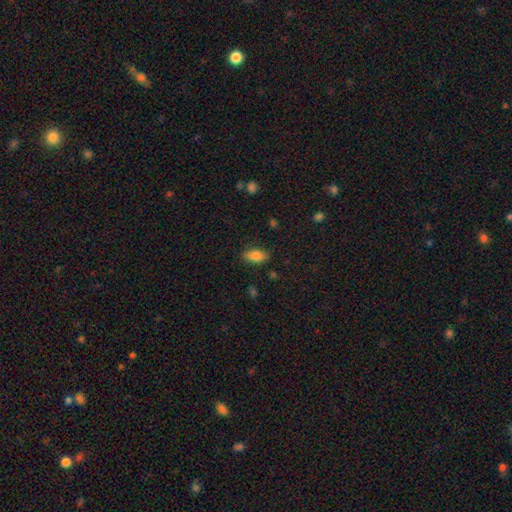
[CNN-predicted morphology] smooth_or_featured: smooth (p=0.82) [alt: featured or disk p=0.10]
how_rounded: in between (p=0.88) [alt: cigar-shaped p=0.07]
merging: none (p=0.84) [alt: minor disturbance p=0.12]